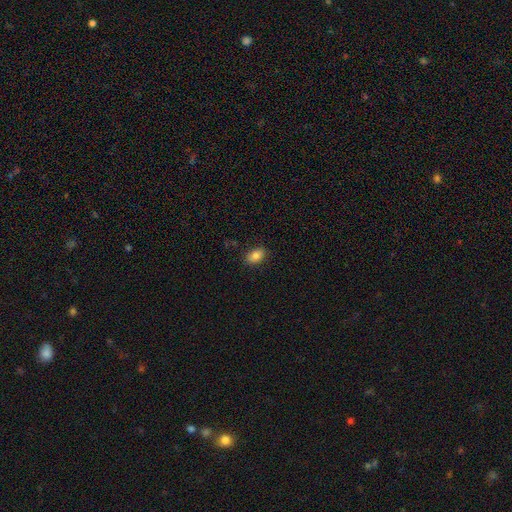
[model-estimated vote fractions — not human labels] smooth_or_featured: smooth (p=0.85) [alt: star or artifact p=0.09]
how_rounded: in between (p=0.86) [alt: round p=0.12]
merging: none (p=0.87) [alt: minor disturbance p=0.10]